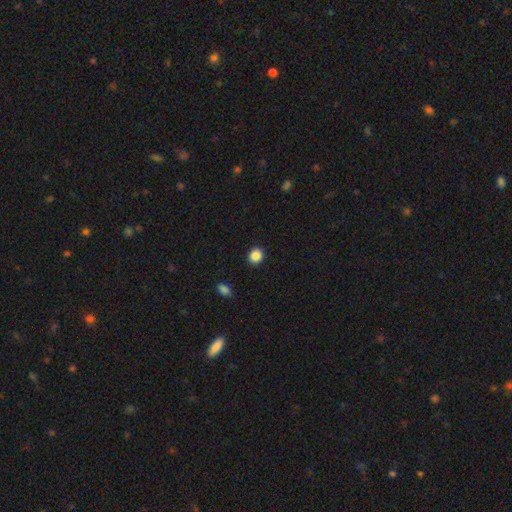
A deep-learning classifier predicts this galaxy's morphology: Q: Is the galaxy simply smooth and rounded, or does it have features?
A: smooth — 87%.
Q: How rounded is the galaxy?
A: round — 79%.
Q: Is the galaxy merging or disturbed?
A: none — 91%.